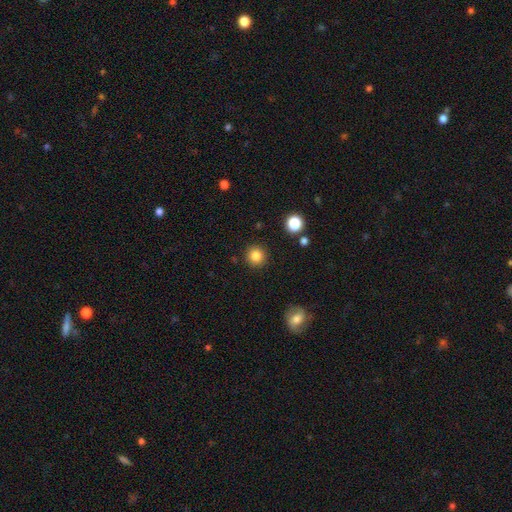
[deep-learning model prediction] This appears to be a smooth galaxy with no disk features (84%) that is round (94%). Merging: none (91%).